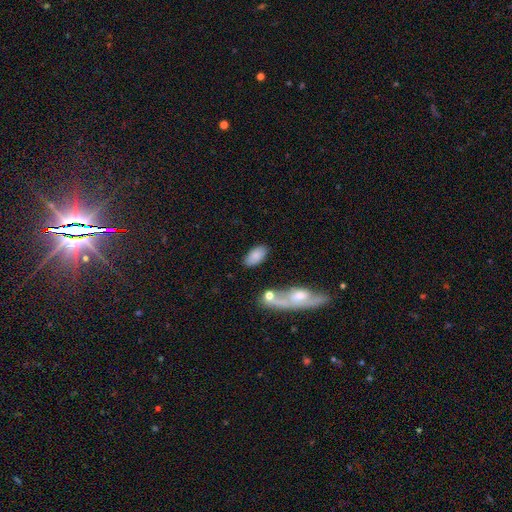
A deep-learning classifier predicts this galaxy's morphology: A smooth galaxy with no disk features (79%) that is in between round and cigar-shaped (93%).

Vote fractions:
- Smooth or featured? smooth: 79% / featured or disk: 13% / star or artifact: 7%
- How rounded? in between: 93% / cigar-shaped: 4% / round: 3%
- Merging? none: 72% / minor disturbance: 13% / merger: 10% / major disturbance: 5%